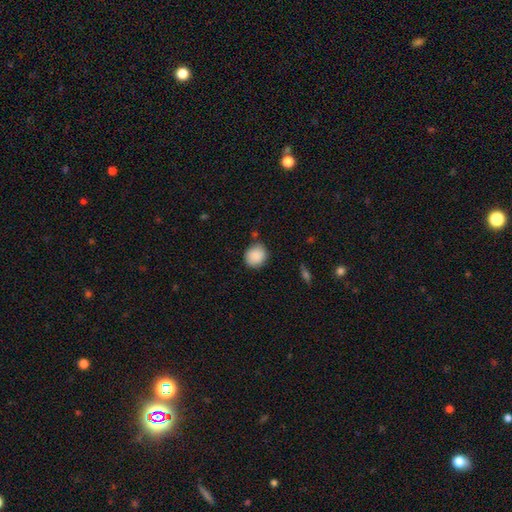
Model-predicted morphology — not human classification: Overall: smooth (88%). How rounded: round (80%). Merging: none (77%).